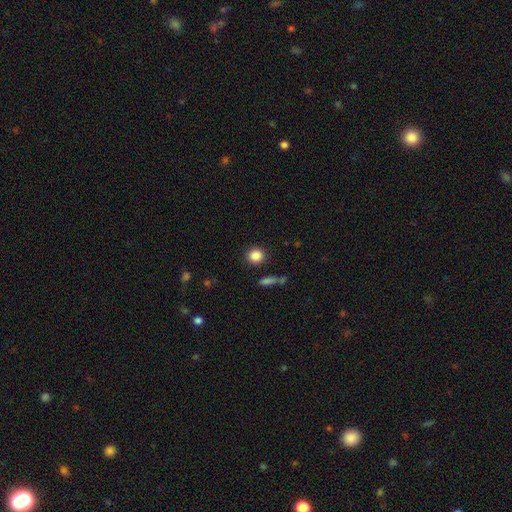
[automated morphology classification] A smooth galaxy with no disk features (86%) that is round (81%).

Vote fractions:
- Smooth or featured? smooth: 86% / star or artifact: 10% / featured or disk: 4%
- How rounded? round: 81% / in between: 17% / cigar-shaped: 1%
- Merging? none: 86% / minor disturbance: 8% / merger: 4% / major disturbance: 3%